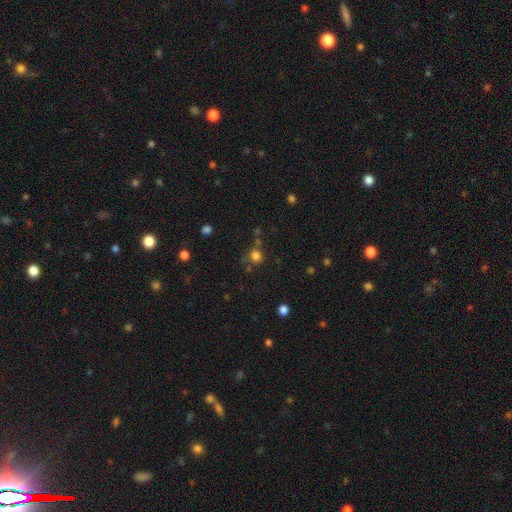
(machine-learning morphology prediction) Q: Smooth or featured?
A: smooth (77%); runner-up: star or artifact (17%)
Q: How rounded?
A: round (87%); runner-up: in between (12%)
Q: Merging?
A: none (68%); runner-up: minor disturbance (15%)